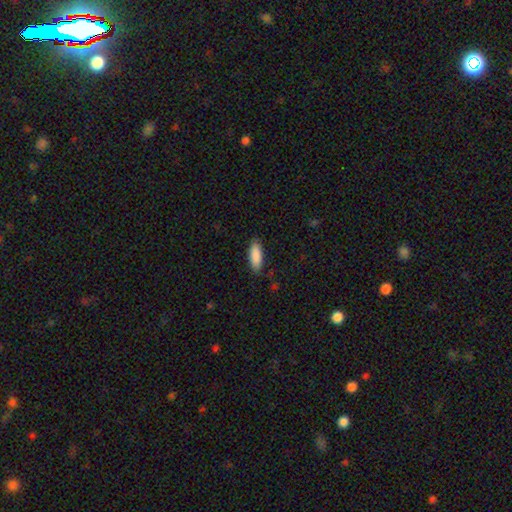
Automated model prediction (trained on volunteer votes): Q: Smooth or featured?
A: smooth (89%); runner-up: star or artifact (6%)
Q: How rounded?
A: in between (70%); runner-up: cigar-shaped (28%)
Q: Merging?
A: none (84%); runner-up: minor disturbance (12%)